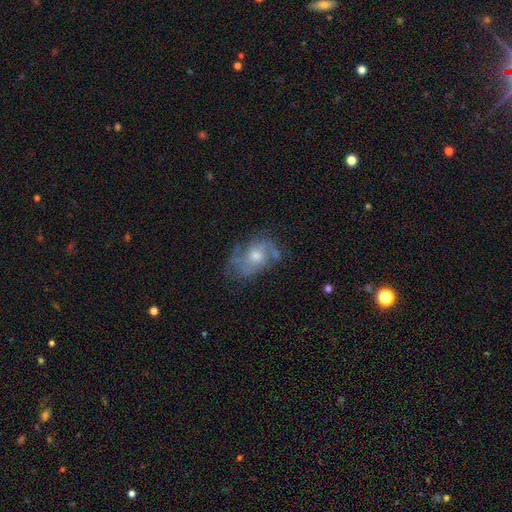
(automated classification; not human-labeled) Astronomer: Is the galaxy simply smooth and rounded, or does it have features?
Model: featured or disk — 71%.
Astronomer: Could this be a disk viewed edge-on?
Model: no — 96%.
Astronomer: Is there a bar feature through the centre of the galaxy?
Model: no — 69%.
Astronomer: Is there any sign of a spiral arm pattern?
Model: yes — 82%.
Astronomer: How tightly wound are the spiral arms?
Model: medium — 46% (runner-up: loose, 28%).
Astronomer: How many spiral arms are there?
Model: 2 — 50% (runner-up: can't tell, 27%).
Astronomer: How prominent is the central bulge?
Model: moderate — 60%.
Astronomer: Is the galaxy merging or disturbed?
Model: none — 58%.